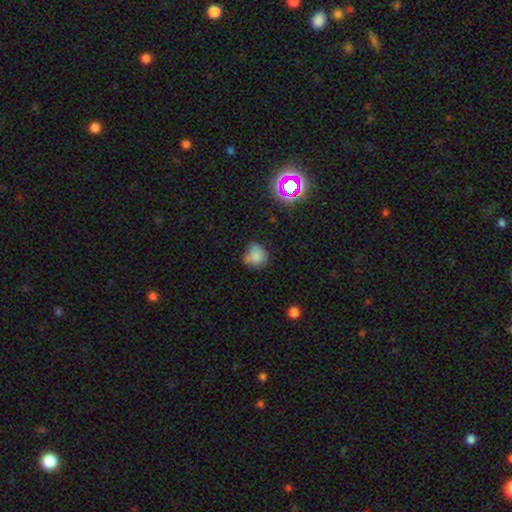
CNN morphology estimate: Q: Smooth or featured?
A: smooth (75%); runner-up: star or artifact (15%)
Q: How rounded?
A: round (76%); runner-up: in between (23%)
Q: Merging?
A: none (55%); runner-up: minor disturbance (29%)